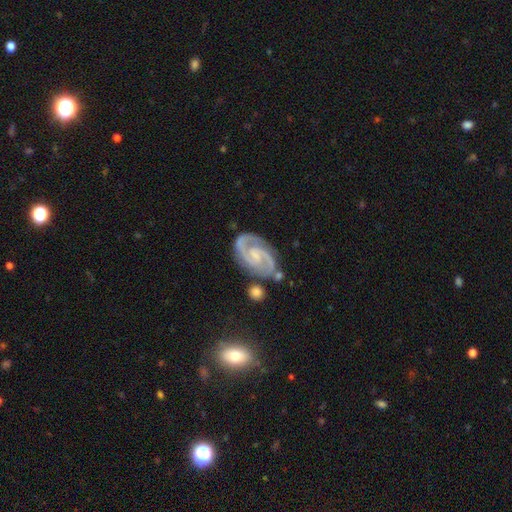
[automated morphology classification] Smooth or featured: featured or disk — 91% (smooth — 5%)
Edge-on disk: no — 98% (yes — 2%)
Bar: weak — 46% (no — 41%)
Spiral arms: yes — 98% (no — 2%)
Spiral winding: medium — 51% (tight — 41%)
Spiral arm count: 2 — 92% (can't tell — 2%)
Bulge size: small — 52% (moderate — 23%)
Merging: none — 74% (minor disturbance — 16%)